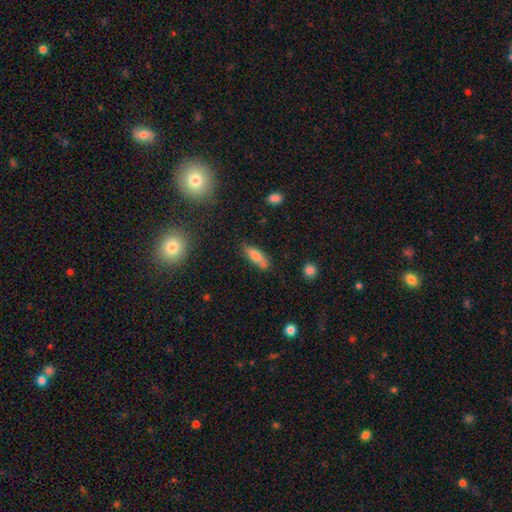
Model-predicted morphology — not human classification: Overall: smooth (70%). How rounded: in between (59%; cigar-shaped 39%). Merging: none (64%).